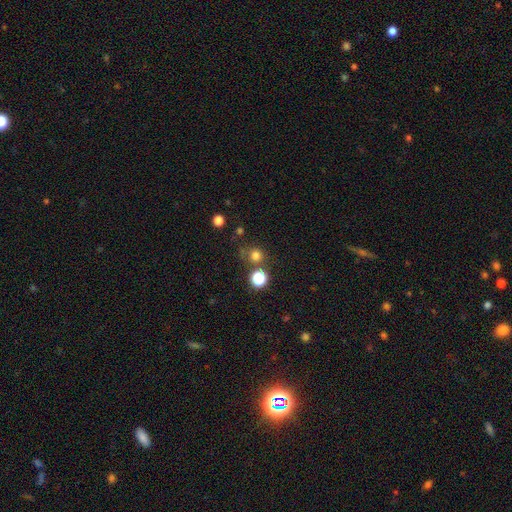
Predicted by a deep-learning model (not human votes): smooth_or_featured: smooth (p=0.75) [alt: star or artifact p=0.19]
how_rounded: round (p=0.91) [alt: in between p=0.08]
merging: none (p=0.73) [alt: merger p=0.13]